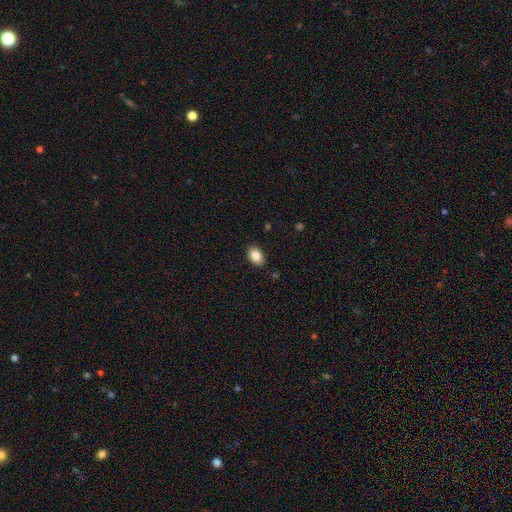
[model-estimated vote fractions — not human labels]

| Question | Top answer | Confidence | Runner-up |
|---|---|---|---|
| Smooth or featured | smooth | 87% | star or artifact (8%) |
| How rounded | in between | 85% | round (14%) |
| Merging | none | 87% | minor disturbance (9%) |